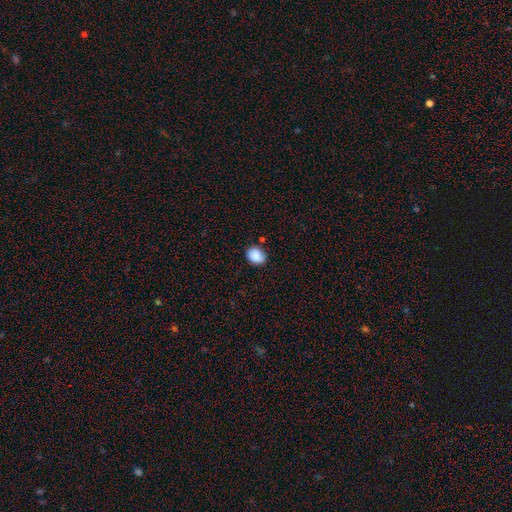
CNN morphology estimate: A smooth galaxy with no disk features (88%) that is in between round and cigar-shaped (54%).

Vote fractions:
- Smooth or featured? smooth: 88% / star or artifact: 8% / featured or disk: 4%
- How rounded? in between: 54% / round: 45% / cigar-shaped: 1%
- Merging? none: 77% / minor disturbance: 17% / major disturbance: 3% / merger: 3%